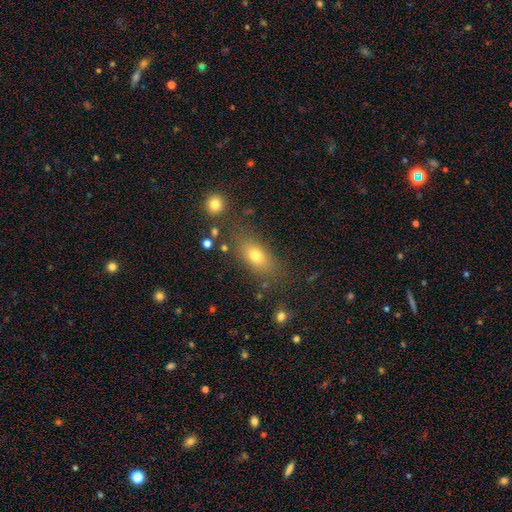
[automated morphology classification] This appears to be a smooth galaxy with no disk features (72%) that is in between round and cigar-shaped (75%). Merging: none (75%).